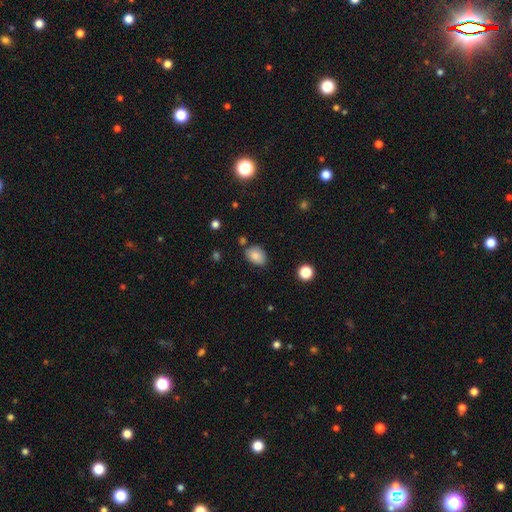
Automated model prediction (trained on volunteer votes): A smooth galaxy with no disk features (85%) that is in between round and cigar-shaped (76%).

Vote fractions:
- Smooth or featured? smooth: 85% / star or artifact: 9% / featured or disk: 6%
- How rounded? in between: 76% / round: 23% / cigar-shaped: 1%
- Merging? none: 75% / minor disturbance: 17% / merger: 5% / major disturbance: 3%